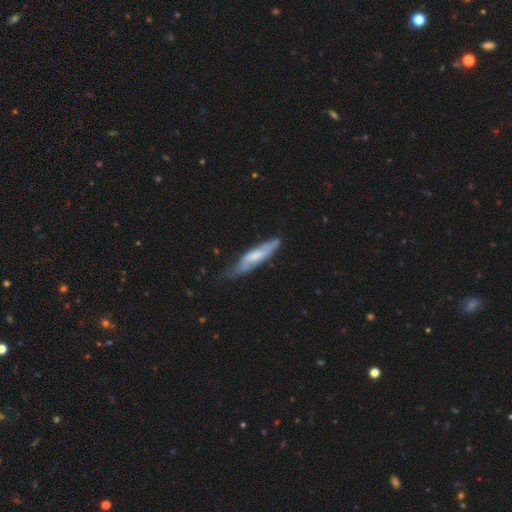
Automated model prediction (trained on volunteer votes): This is possibly a smooth galaxy (48%). Merging: possibly none (55%).